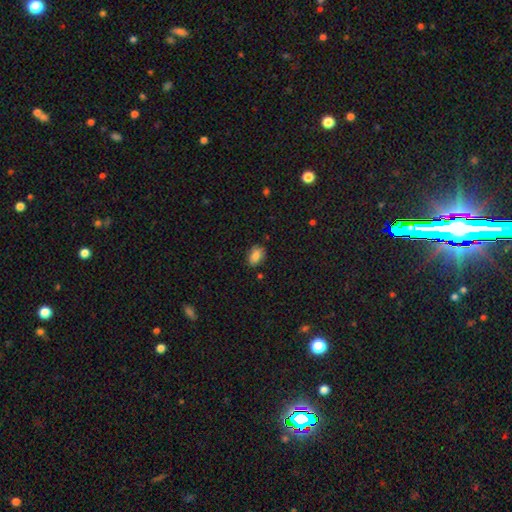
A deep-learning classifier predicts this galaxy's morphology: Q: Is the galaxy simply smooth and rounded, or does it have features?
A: smooth — 85%.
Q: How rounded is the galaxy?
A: in between — 85%.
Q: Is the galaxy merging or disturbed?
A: none — 81%.